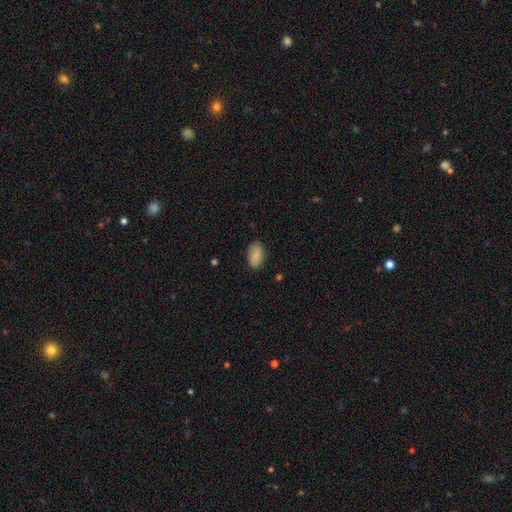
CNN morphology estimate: type=smooth (80%); roundness=in between (93%); merging=none (82%).